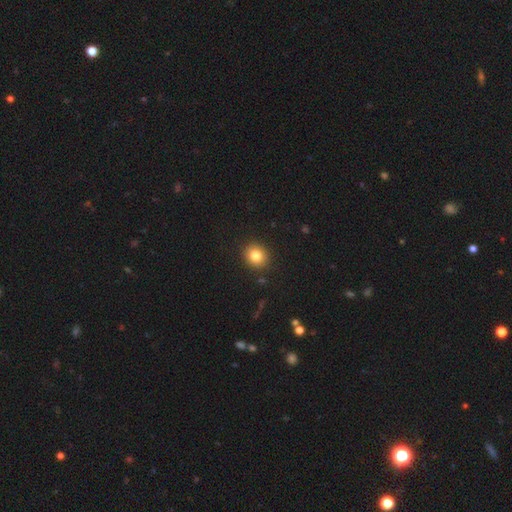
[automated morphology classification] A smooth galaxy with no disk features (82%) that is round (79%).

Vote fractions:
- Smooth or featured? smooth: 82% / star or artifact: 11% / featured or disk: 7%
- How rounded? round: 79% / in between: 20% / cigar-shaped: 1%
- Merging? none: 91% / minor disturbance: 6% / major disturbance: 2% / merger: 1%